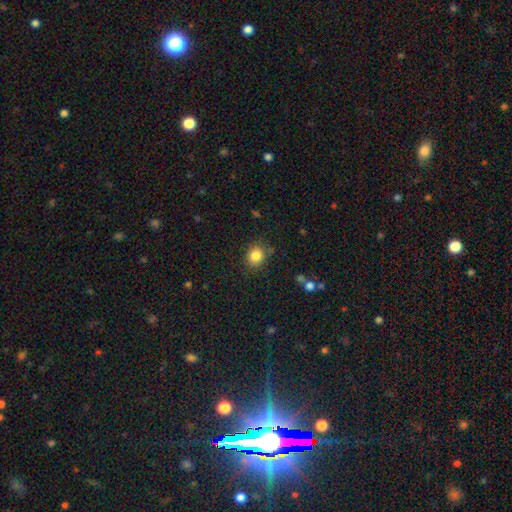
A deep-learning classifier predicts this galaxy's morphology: smooth 84%, star or artifact 10%, featured or disk 6%. Down the decision tree: how rounded — round (69%); merging — none (83%).